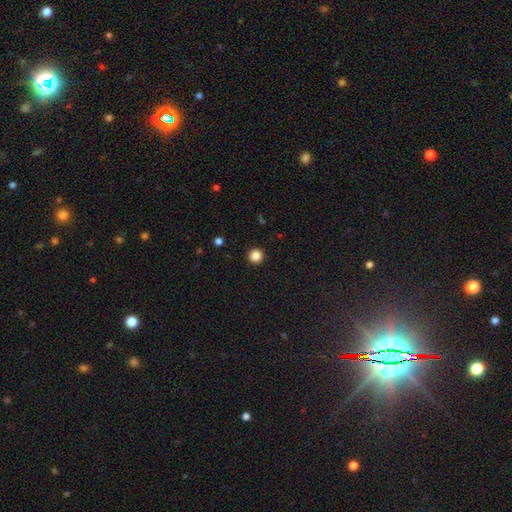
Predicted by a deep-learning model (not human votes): A smooth galaxy with no disk features (86%) that is round (96%). Merging: none (93%).